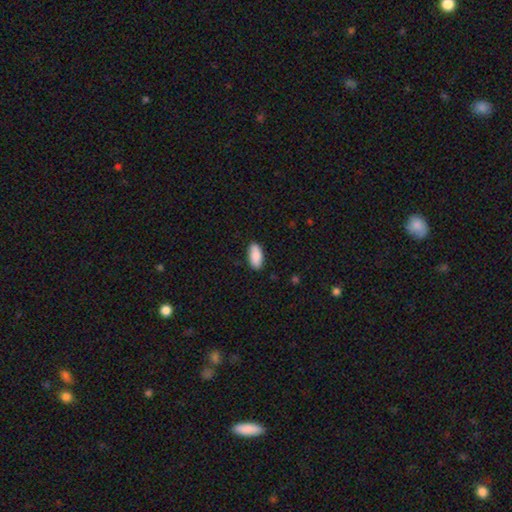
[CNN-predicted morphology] A smooth galaxy with no disk features (89%) that is in between round and cigar-shaped (90%).

Vote fractions:
- Smooth or featured? smooth: 89% / star or artifact: 6% / featured or disk: 5%
- How rounded? in between: 90% / cigar-shaped: 8% / round: 2%
- Merging? none: 88% / minor disturbance: 9% / major disturbance: 2% / merger: 1%